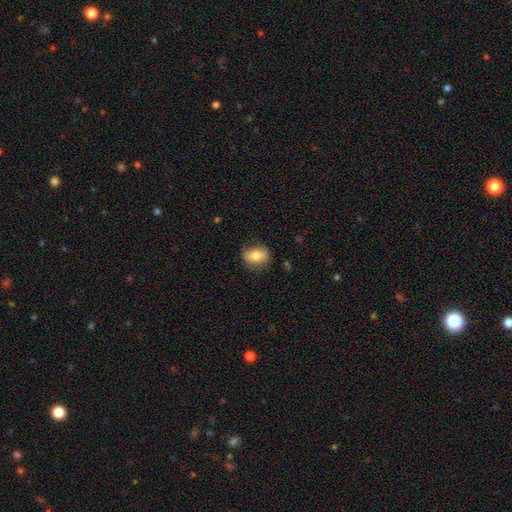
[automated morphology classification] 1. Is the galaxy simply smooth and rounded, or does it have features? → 76% smooth, 16% featured or disk, 8% star or artifact.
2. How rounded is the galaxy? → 63% in between, 35% round, 2% cigar-shaped.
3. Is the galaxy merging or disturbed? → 79% none, 16% minor disturbance, 4% major disturbance, 1% merger.